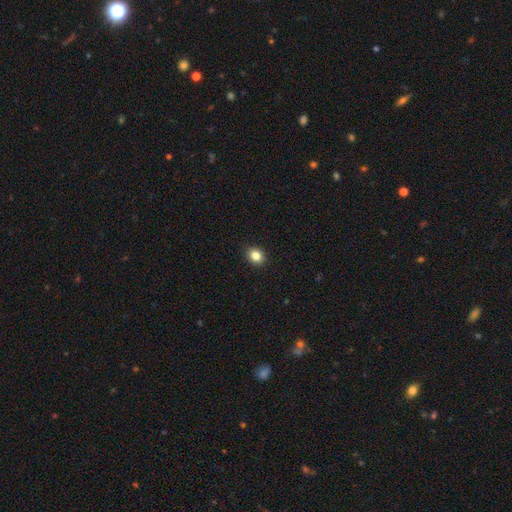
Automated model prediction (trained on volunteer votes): Overall: smooth (85%). How rounded: round (56%; in between 43%). Merging: none (92%).